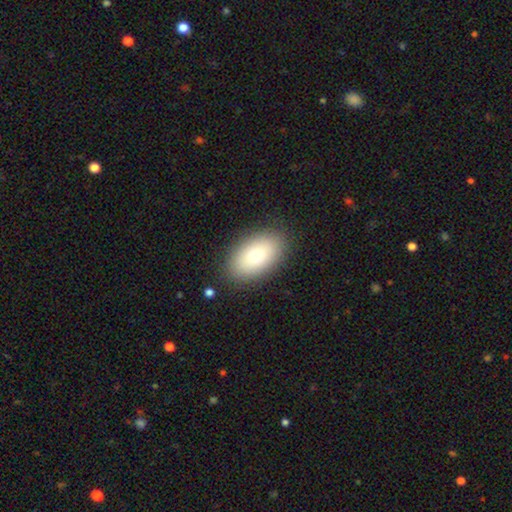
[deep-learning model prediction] Smooth or featured?
  - smooth: 74% *
  - featured or disk: 18%
  - star or artifact: 8%
How rounded?
  - in between: 91% *
  - round: 7%
  - cigar-shaped: 2%
Merging?
  - none: 88% *
  - minor disturbance: 9%
  - major disturbance: 3%
  - merger: 1%